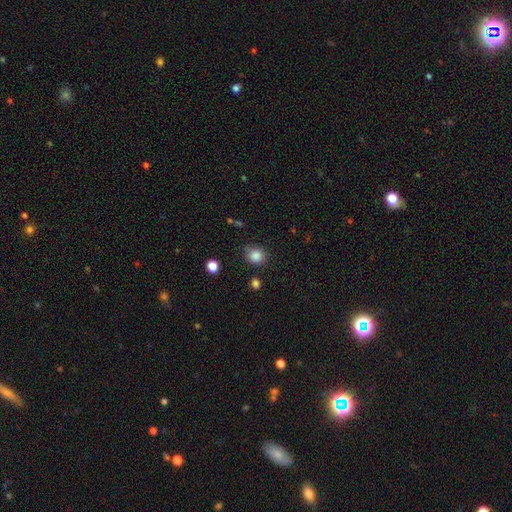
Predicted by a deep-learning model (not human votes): Smooth or featured? smooth (85%)
How rounded? round (78%)
Merging? none (74%)